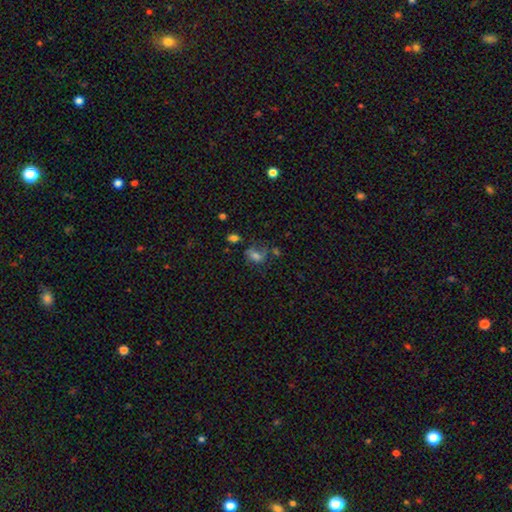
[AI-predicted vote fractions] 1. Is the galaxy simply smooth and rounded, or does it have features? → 62% smooth, 23% featured or disk, 16% star or artifact.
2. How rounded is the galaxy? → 74% in between, 23% round, 2% cigar-shaped.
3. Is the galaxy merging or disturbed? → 38% none, 26% major disturbance, 25% minor disturbance, 11% merger.